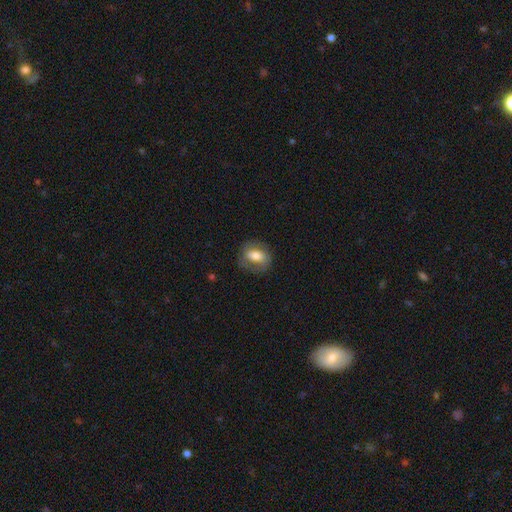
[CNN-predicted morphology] smooth_or_featured: smooth (p=0.56) [alt: featured or disk p=0.36]
how_rounded: in between (p=0.68) [alt: round p=0.30]
merging: none (p=0.73) [alt: minor disturbance p=0.17]